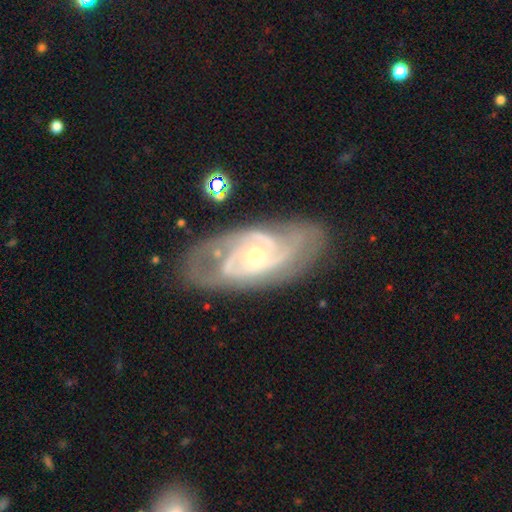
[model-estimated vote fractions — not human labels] Morphology: type=featured or disk (87%); edge-on=no (94%); bar=no (67%); spiral arms=yes (95%); winding=tight (55%); arm count=2 (40%); bulge=small (58%); merging=none (72%).